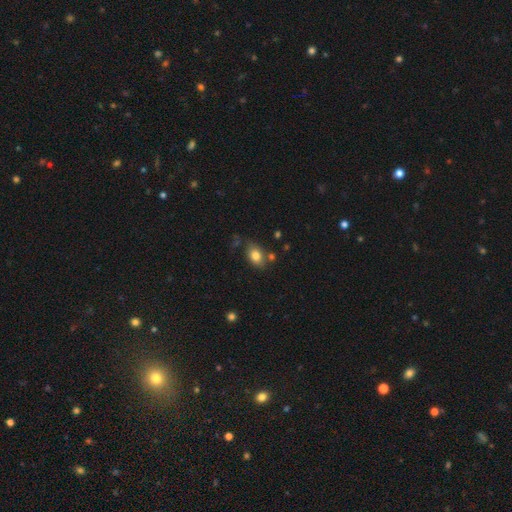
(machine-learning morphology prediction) A smooth galaxy with no disk features (80%) that is in between round and cigar-shaped (78%). Merging: none (69%).